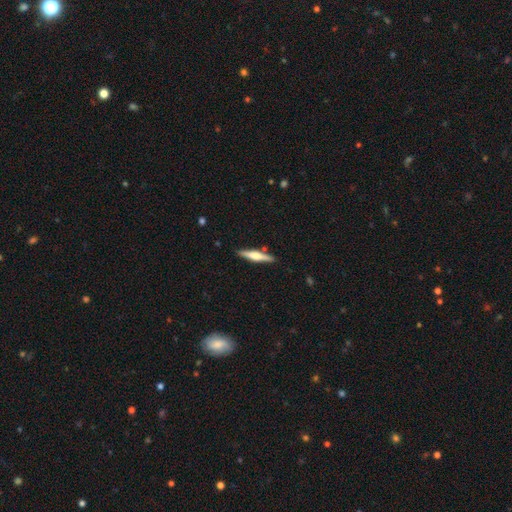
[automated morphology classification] This is possibly a featured or disk galaxy (54%). It is clearly viewed edge-on (97%). Edge-on bulge: clearly rounded (82%). Merging: clearly none (88%).